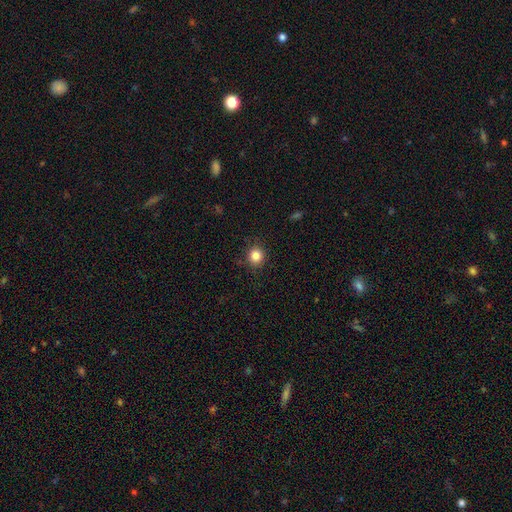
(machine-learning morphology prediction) Overall: smooth (84%). How rounded: round (89%). Merging: none (88%).